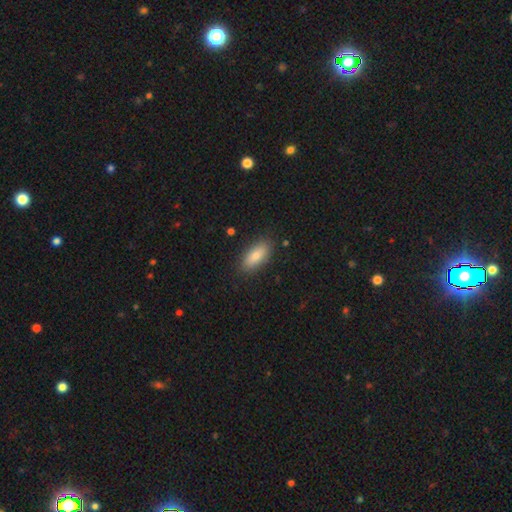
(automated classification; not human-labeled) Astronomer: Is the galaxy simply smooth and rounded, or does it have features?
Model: smooth — 84%.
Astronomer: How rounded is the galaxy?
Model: in between — 81%.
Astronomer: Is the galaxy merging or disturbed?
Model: none — 86%.